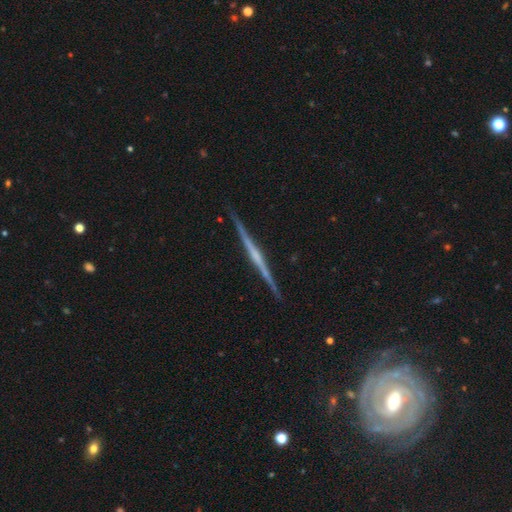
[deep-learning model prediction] This is likely a featured or disk galaxy (80%). It is clearly viewed edge-on (99%). Edge-on bulge: possibly none (55%). Merging: clearly none (91%).